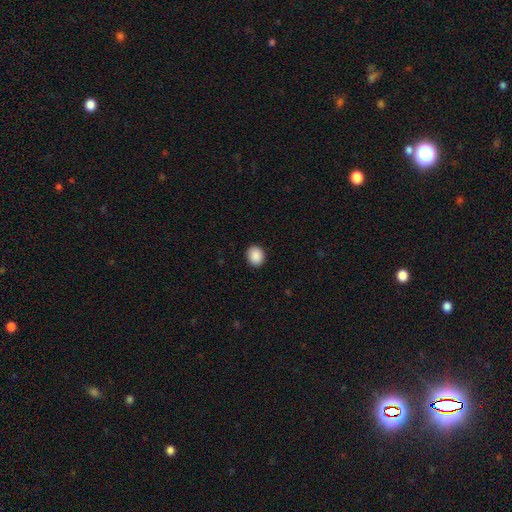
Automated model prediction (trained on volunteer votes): Smooth or featured? Predicted: smooth (p=0.90). How rounded? Predicted: round (p=0.67). Merging? Predicted: none (p=0.91).